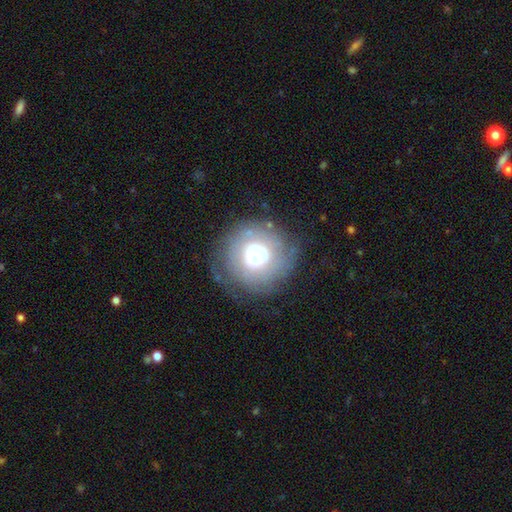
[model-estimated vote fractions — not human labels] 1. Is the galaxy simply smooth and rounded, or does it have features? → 49% smooth, 38% featured or disk, 13% star or artifact.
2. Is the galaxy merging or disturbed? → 65% none, 18% minor disturbance, 14% major disturbance, 4% merger.